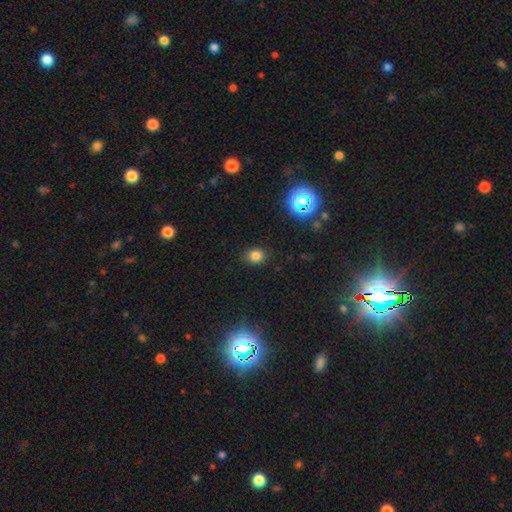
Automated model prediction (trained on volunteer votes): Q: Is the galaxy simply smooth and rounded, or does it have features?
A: smooth — 79%.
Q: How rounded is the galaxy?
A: round — 62%.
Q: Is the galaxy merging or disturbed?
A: none — 85%.